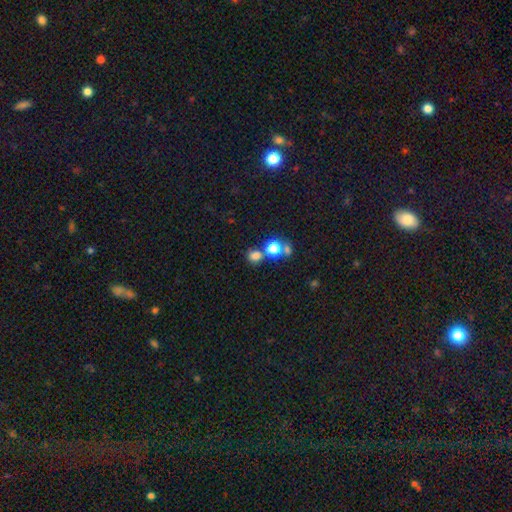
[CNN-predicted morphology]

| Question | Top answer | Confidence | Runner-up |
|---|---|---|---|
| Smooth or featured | smooth | 73% | star or artifact (21%) |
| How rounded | round | 75% | in between (24%) |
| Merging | none | 63% | merger (22%) |